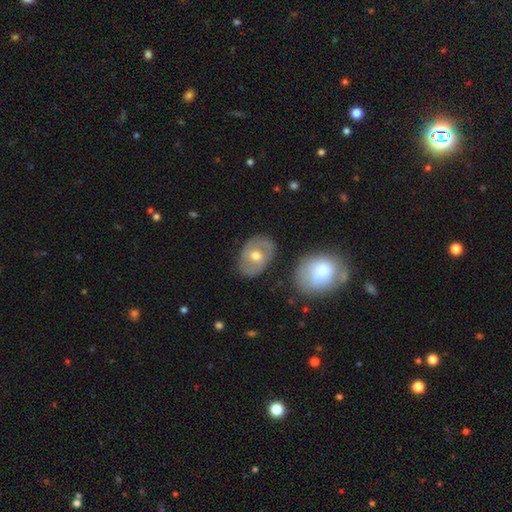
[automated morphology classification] Overall: featured or disk (55%; smooth 39%). Edge-on disk: no (94%). Bar: no (57%; weak 33%). Spiral arms: yes (54%; no 46%). Bulge size: moderate (72%). Merging: none (76%).